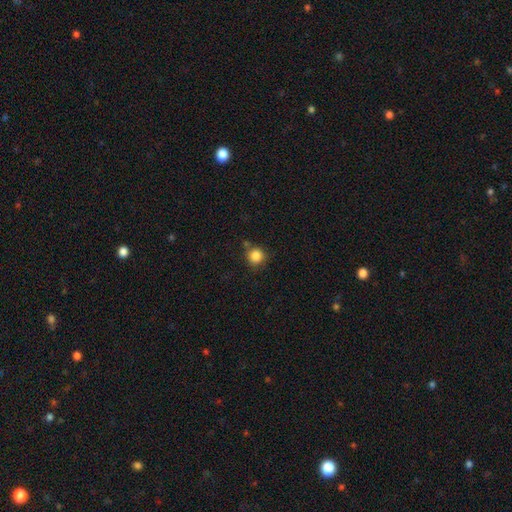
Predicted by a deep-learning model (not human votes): A smooth galaxy with no disk features (85%) that is round (91%). Merging: none (76%).